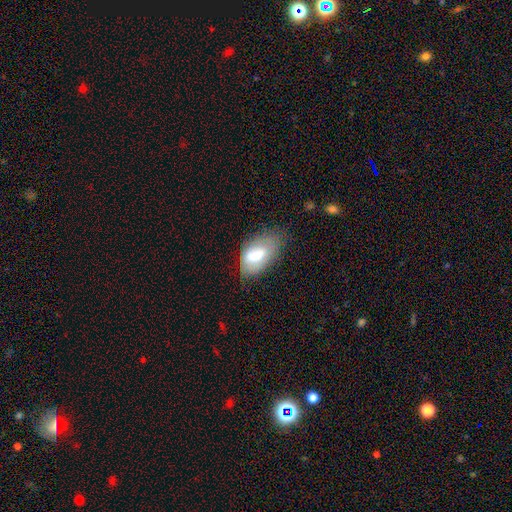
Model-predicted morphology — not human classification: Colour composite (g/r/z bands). It shows a smooth galaxy with no disk features (67%) that is in between round and cigar-shaped (92%). Merging: none (42%).